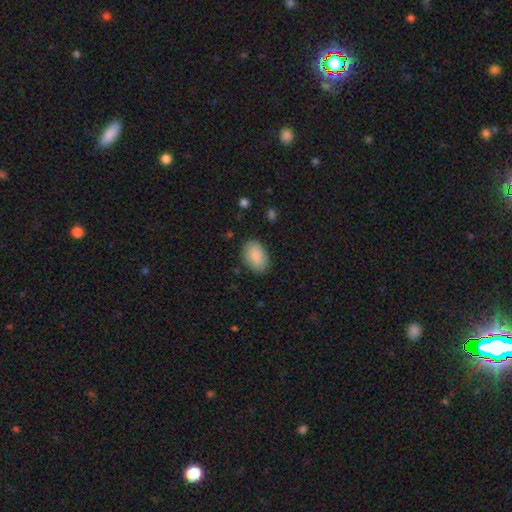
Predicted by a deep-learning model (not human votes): smooth_or_featured: smooth (p=0.86) [alt: featured or disk p=0.07]
how_rounded: in between (p=0.88) [alt: round p=0.11]
merging: none (p=0.84) [alt: minor disturbance p=0.12]